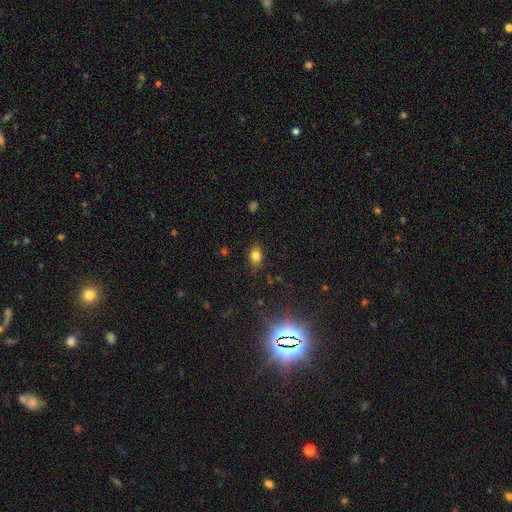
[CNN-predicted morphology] The model was most divided on "how rounded": in between: 78%, round: 20%, cigar-shaped: 2%. More confident: merging — none (83%); smooth or featured — smooth (79%).